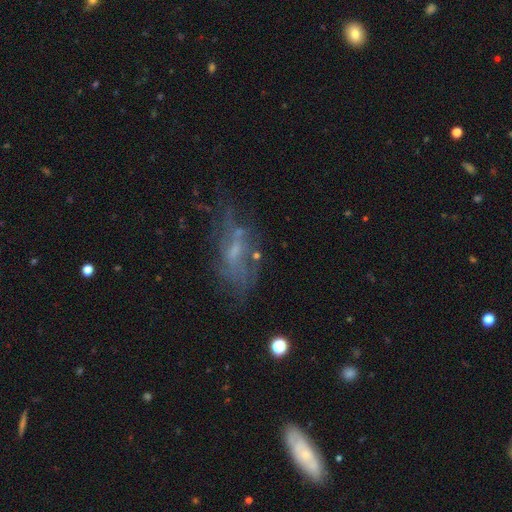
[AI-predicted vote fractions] smooth-or-featured: featured or disk: 62% | smooth: 25% | star or artifact: 13%
  disk-edge-on: no: 90% | yes: 10%
    bar: no: 56% | weak: 36% | strong: 8%
    has-spiral-arms: no: 54% | yes: 46%
    bulge-size: small: 46% | moderate: 26% | none: 24% | large: 2% | dominant: 1%
  merging: none: 48% | major disturbance: 25% | minor disturbance: 23% | merger: 5%